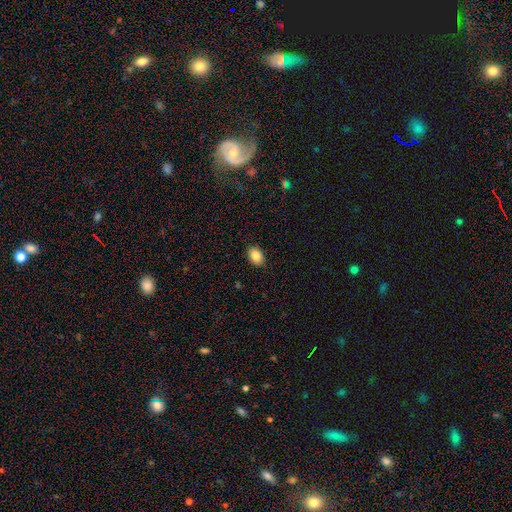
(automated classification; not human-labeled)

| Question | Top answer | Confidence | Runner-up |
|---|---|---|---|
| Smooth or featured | smooth | 86% | star or artifact (8%) |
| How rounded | in between | 82% | round (16%) |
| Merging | none | 89% | minor disturbance (8%) |